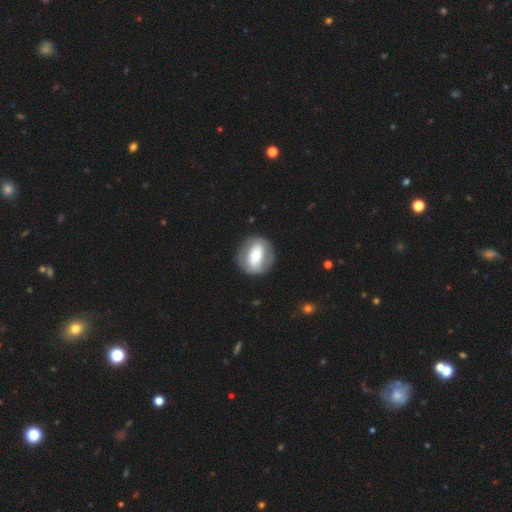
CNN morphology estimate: Overall: smooth (48%; featured or disk 45%). Merging: none (81%).